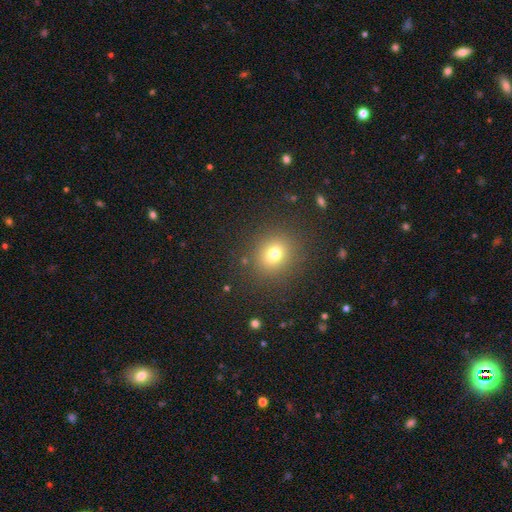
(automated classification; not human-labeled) Smooth or featured? smooth (65%)
How rounded? round (84%)
Merging? none (91%)